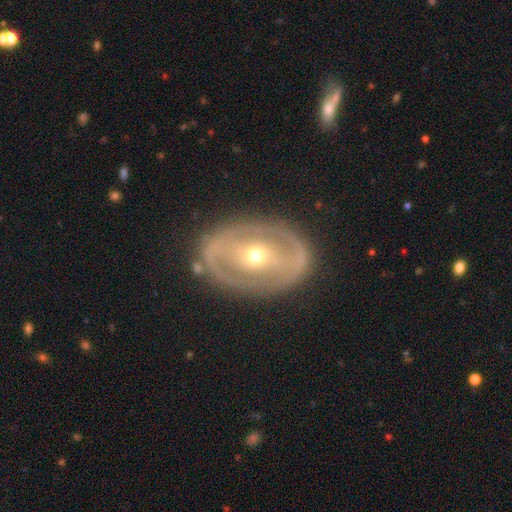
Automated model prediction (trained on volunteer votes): Smooth or featured? featured or disk (78%)
Edge-on disk? no (95%)
Bar? no (50%)
Spiral arms? yes (53%)
Bulge size? moderate (48%, tied with small)
Merging? none (80%)